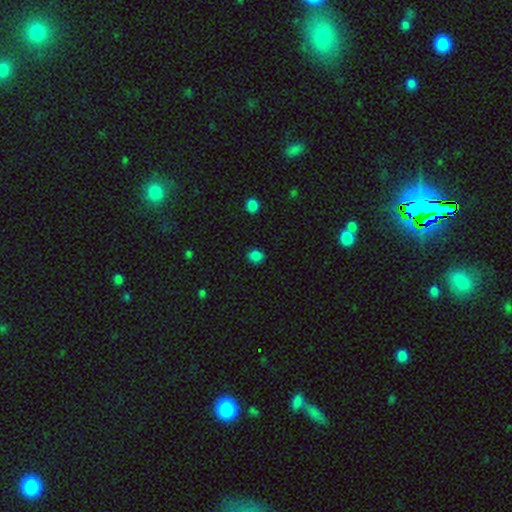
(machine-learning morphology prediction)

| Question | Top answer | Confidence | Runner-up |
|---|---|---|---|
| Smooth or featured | smooth | 84% | star or artifact (13%) |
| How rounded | round | 63% | in between (36%) |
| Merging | none | 87% | minor disturbance (9%) |